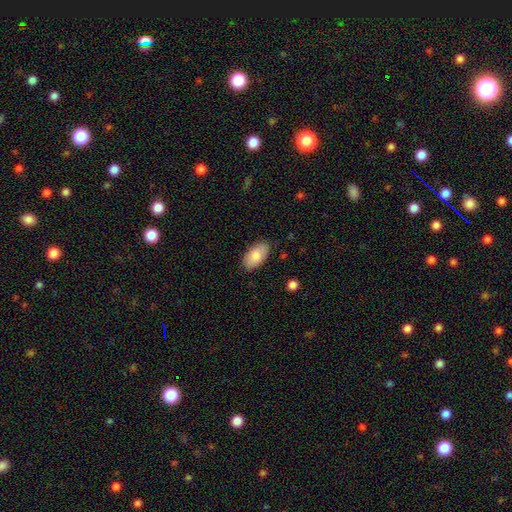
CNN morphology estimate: Q: Smooth or featured?
A: smooth (82%); runner-up: featured or disk (12%)
Q: How rounded?
A: in between (95%); runner-up: round (3%)
Q: Merging?
A: none (85%); runner-up: minor disturbance (12%)